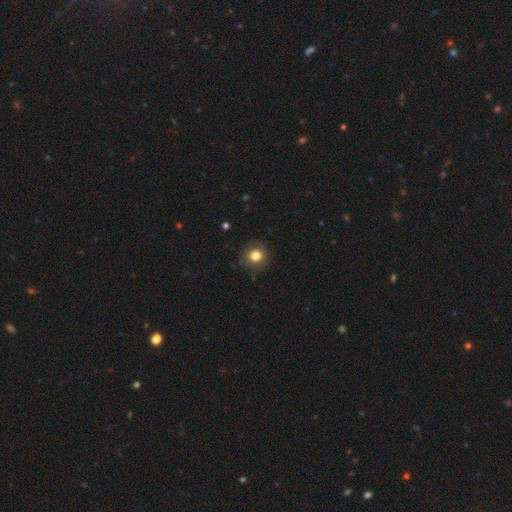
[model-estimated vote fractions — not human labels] A smooth galaxy with no disk features (82%) that is round (83%). Merging: none (83%).